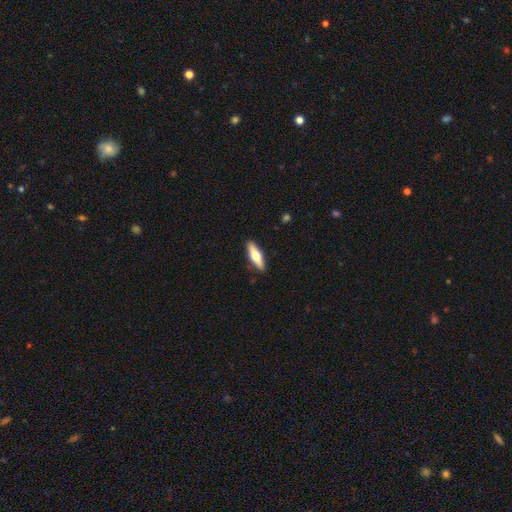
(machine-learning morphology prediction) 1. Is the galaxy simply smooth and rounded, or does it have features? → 50% smooth, 45% featured or disk, 5% star or artifact.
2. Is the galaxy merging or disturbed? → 89% none, 8% minor disturbance, 2% major disturbance, 1% merger.